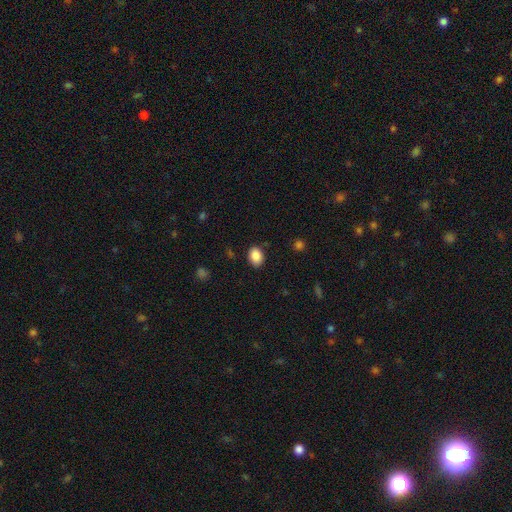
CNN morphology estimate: A smooth galaxy with no disk features (88%) that is in between round and cigar-shaped (74%). Merging: none (86%).